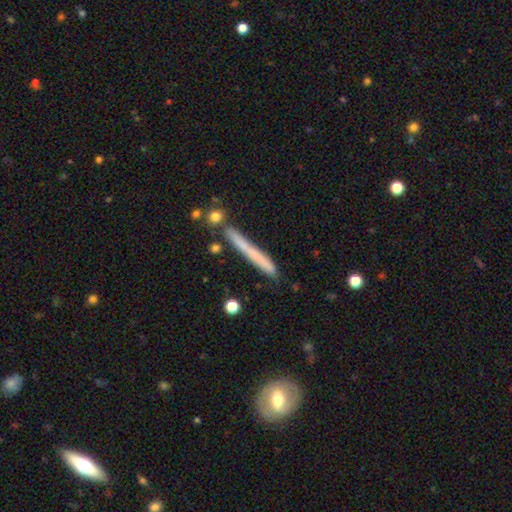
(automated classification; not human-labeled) Smooth or featured?
  - smooth: 56% *
  - featured or disk: 36%
  - star or artifact: 8%
How rounded?
  - cigar-shaped: 96% *
  - in between: 2%
  - round: 2%
Merging?
  - none: 77% *
  - minor disturbance: 15%
  - merger: 6%
  - major disturbance: 3%